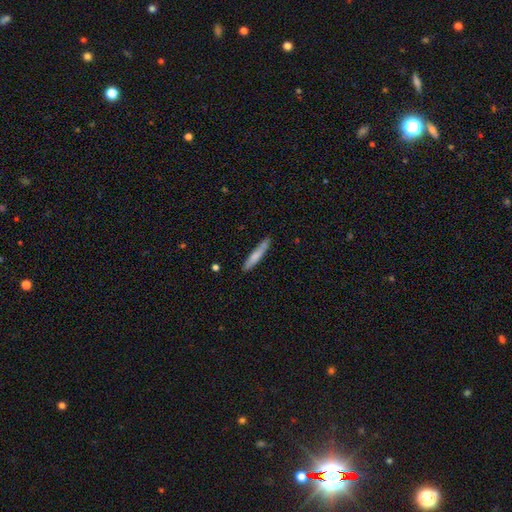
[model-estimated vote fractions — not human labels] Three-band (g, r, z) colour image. It shows a smooth galaxy with no disk features (73%) that is cigar-shaped (93%). Merging: none (84%).